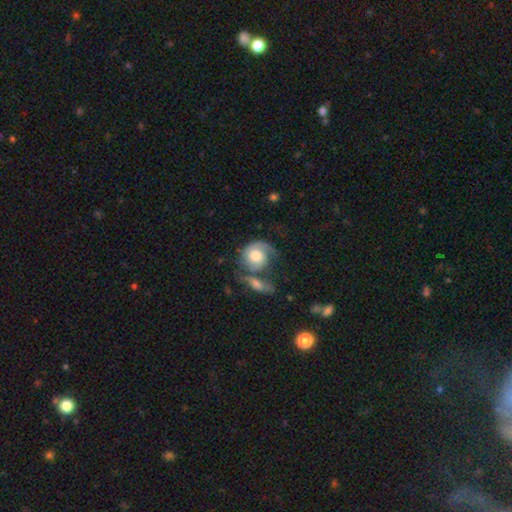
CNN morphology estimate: Smooth or featured? Predicted: featured or disk (p=0.64). Edge-on disk? Predicted: no (p=0.97). Bar? Predicted: no (p=0.76). Spiral arms? Predicted: yes (p=0.87). Spiral winding? Predicted: tight (p=0.41). Spiral arm count? Predicted: 1 (p=0.47). Bulge size? Predicted: moderate (p=0.44). Merging? Predicted: none (p=0.34).